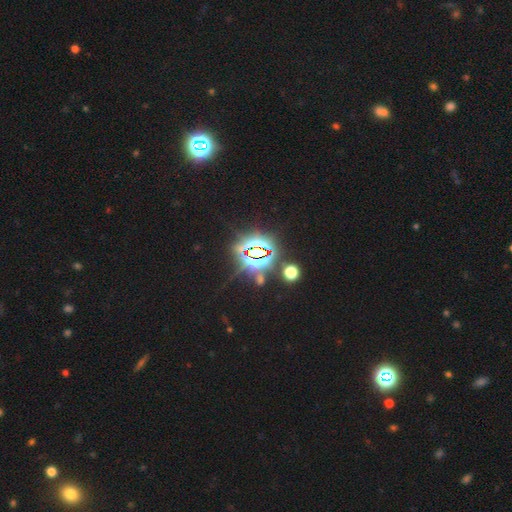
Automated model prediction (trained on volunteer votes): smooth_or_featured: star or artifact (p=0.80) [alt: smooth p=0.12]